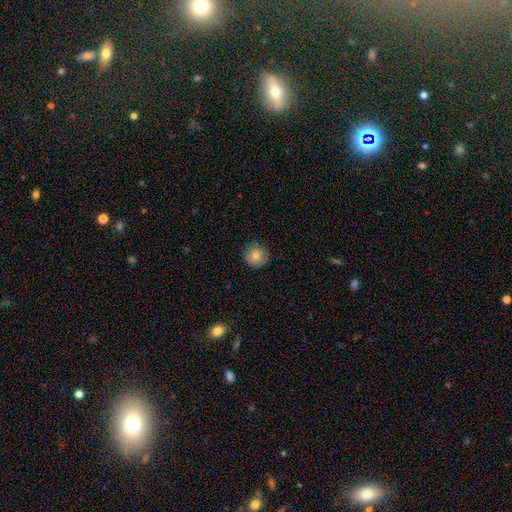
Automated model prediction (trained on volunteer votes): smooth_or_featured: smooth (p=0.81) [alt: featured or disk p=0.10]
how_rounded: round (p=0.91) [alt: in between p=0.08]
merging: none (p=0.85) [alt: minor disturbance p=0.11]